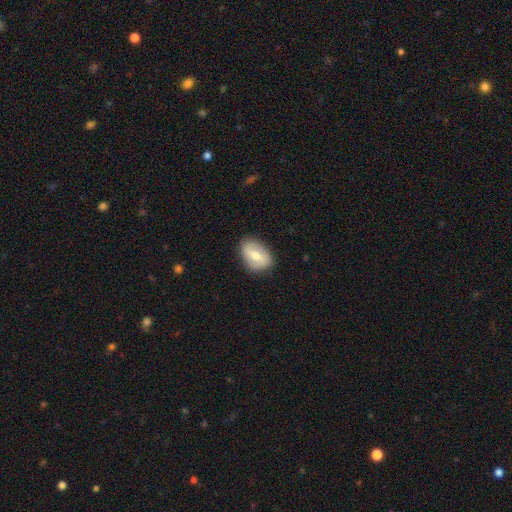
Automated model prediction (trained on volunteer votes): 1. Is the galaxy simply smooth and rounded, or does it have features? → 50% featured or disk, 44% smooth, 6% star or artifact.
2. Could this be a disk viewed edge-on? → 95% no, 5% yes.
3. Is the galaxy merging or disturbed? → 81% none, 15% minor disturbance, 4% major disturbance, 1% merger.